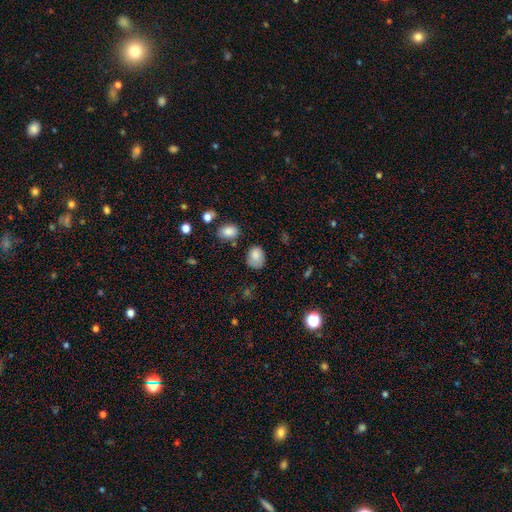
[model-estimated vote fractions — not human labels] The model was most divided on "how rounded": in between: 56%, round: 42%, cigar-shaped: 1%. More confident: smooth or featured — smooth (82%); merging — none (59%).